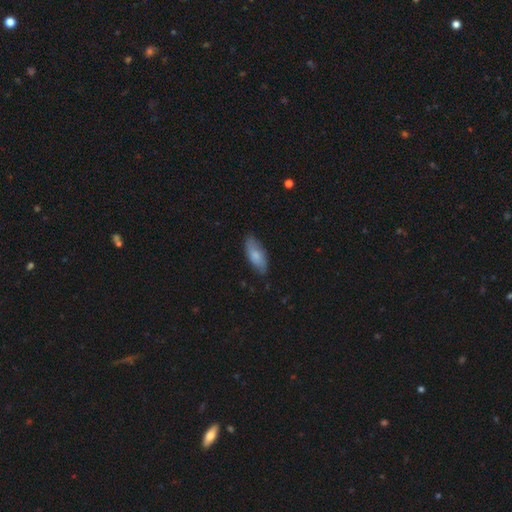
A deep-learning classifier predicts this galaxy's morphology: Smooth or featured?
  - smooth: 77% *
  - featured or disk: 18%
  - star or artifact: 6%
How rounded?
  - in between: 83% *
  - cigar-shaped: 15%
  - round: 2%
Merging?
  - none: 79% *
  - minor disturbance: 17%
  - major disturbance: 3%
  - merger: 1%